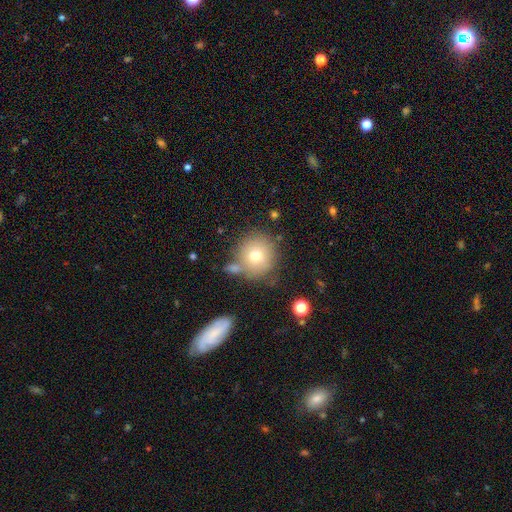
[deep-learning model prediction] Smooth or featured: smooth — 73% (featured or disk — 16%)
How rounded: round — 91% (in between — 8%)
Merging: none — 69% (minor disturbance — 14%)